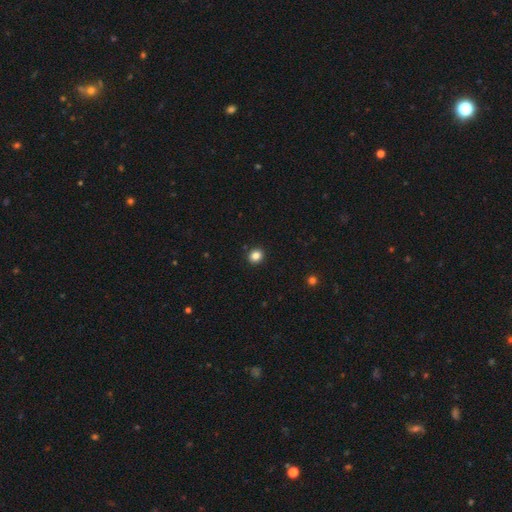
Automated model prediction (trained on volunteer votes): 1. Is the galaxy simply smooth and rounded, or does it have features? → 85% smooth, 11% star or artifact, 4% featured or disk.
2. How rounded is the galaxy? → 73% round, 26% in between, 1% cigar-shaped.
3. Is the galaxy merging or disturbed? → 92% none, 5% minor disturbance, 2% major disturbance, 1% merger.